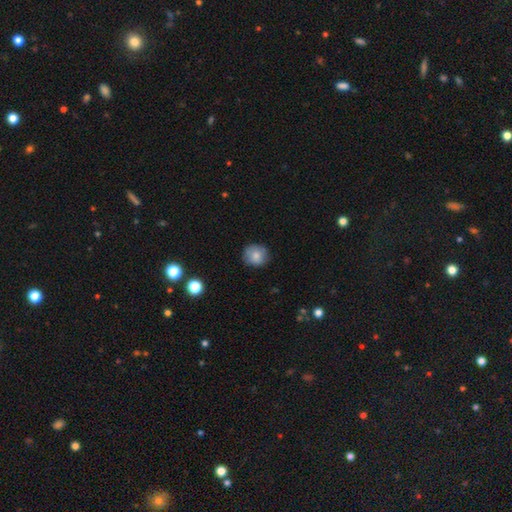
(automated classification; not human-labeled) Smooth or featured? smooth (79%)
How rounded? round (86%)
Merging? none (81%)